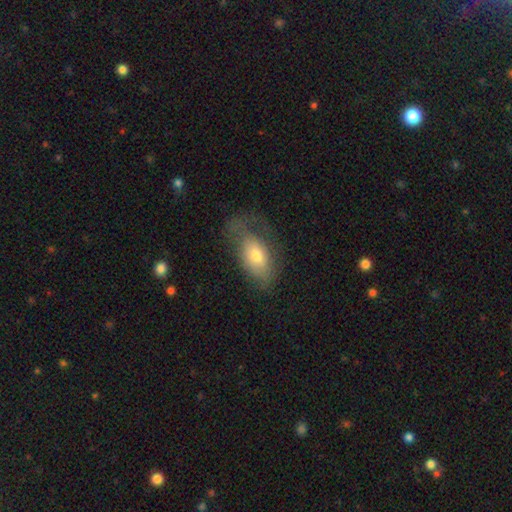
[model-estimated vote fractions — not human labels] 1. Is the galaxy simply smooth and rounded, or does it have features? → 65% smooth, 27% featured or disk, 8% star or artifact.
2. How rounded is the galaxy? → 90% in between, 6% round, 4% cigar-shaped.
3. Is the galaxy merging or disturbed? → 42% none, 29% major disturbance, 27% minor disturbance, 2% merger.